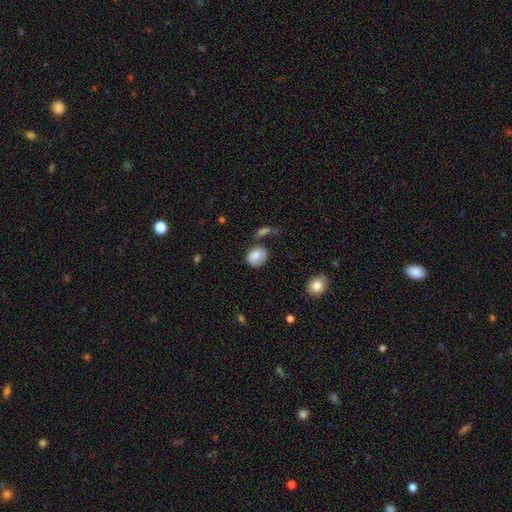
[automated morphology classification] This is clearly a smooth galaxy (83%). How rounded: possibly round (58%). Merging: likely none (67%).